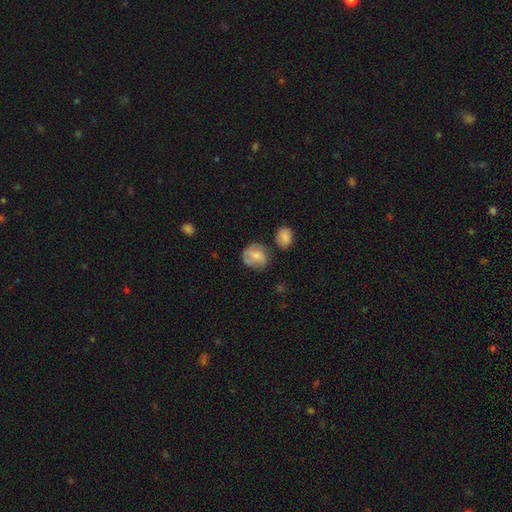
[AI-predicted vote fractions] This appears to be a smooth galaxy with no disk features (53%) that is round (70%). Merging: none (59%).